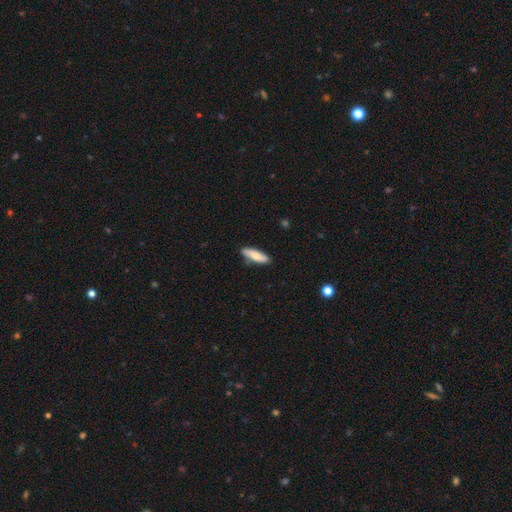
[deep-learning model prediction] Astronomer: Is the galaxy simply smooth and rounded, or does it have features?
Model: smooth — 77%.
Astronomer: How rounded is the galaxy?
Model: cigar-shaped — 57% (runner-up: in between, 41%).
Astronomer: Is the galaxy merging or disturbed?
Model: none — 83%.